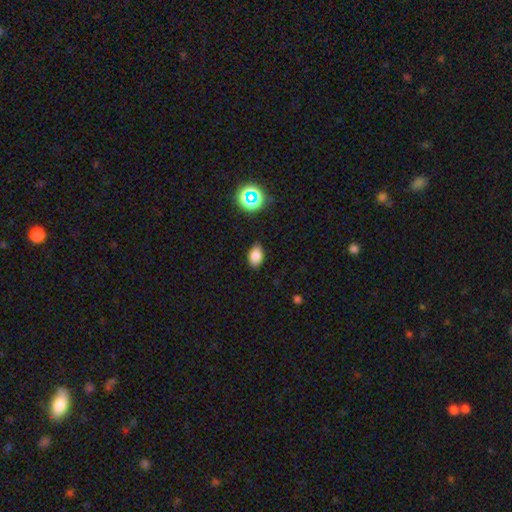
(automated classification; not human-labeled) Morphology: type=smooth (80%); roundness=in between (85%); merging=none (85%).